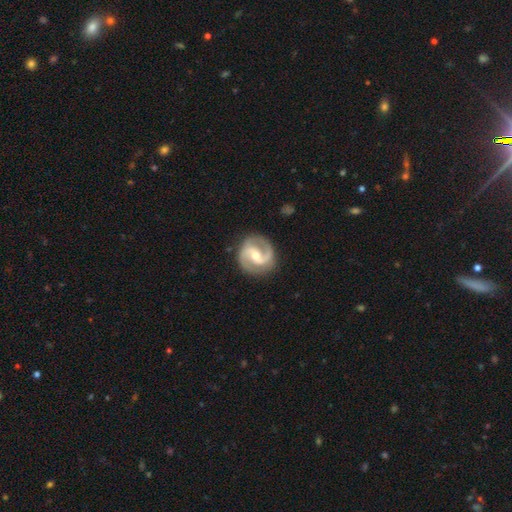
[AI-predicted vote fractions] The model was most divided on "bulge size": moderate: 55%, small: 40%, large: 2%, none: 1%, dominant: 1%. Remaining: edge-on disk — no (98%); spiral arms — yes (97%); spiral arm count — 2 (93%); smooth or featured — featured or disk (90%); merging — none (85%); spiral winding — medium (58%); bar — weak (46%).